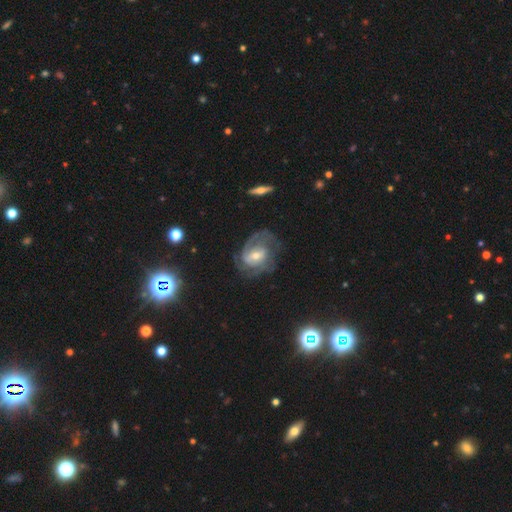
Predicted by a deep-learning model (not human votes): Q: Smooth or featured?
A: featured or disk (84%); runner-up: smooth (10%)
Q: Edge-on disk?
A: no (97%); runner-up: yes (3%)
Q: Bar?
A: weak (47%); runner-up: no (31%)
Q: Spiral arms?
A: yes (94%); runner-up: no (6%)
Q: Spiral winding?
A: tight (44%); runner-up: medium (42%)
Q: Spiral arm count?
A: 2 (42%); runner-up: can't tell (22%)
Q: Bulge size?
A: moderate (48%); runner-up: small (46%)
Q: Merging?
A: none (63%); runner-up: minor disturbance (18%)